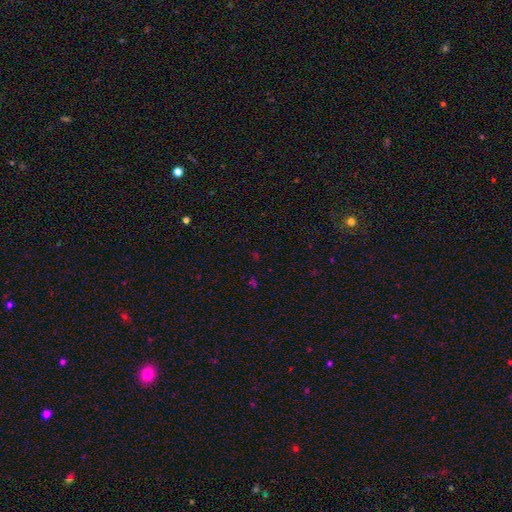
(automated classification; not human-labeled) This appears to be a star or artifact, not a galaxy (64%).